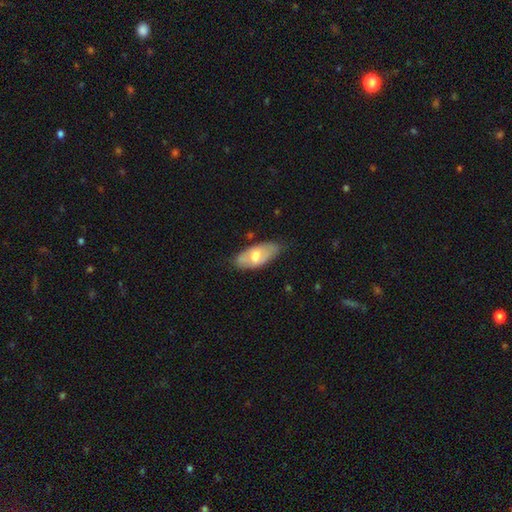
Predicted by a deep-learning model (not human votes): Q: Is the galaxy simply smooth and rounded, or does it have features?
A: smooth — 56%.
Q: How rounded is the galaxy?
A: in between — 88%.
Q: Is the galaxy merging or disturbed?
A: none — 68%.